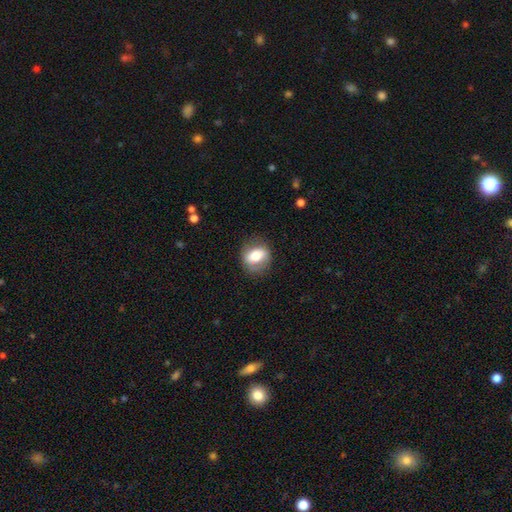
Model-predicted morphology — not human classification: A smooth galaxy with no disk features (60%) that is round (50%). Merging: none (76%).